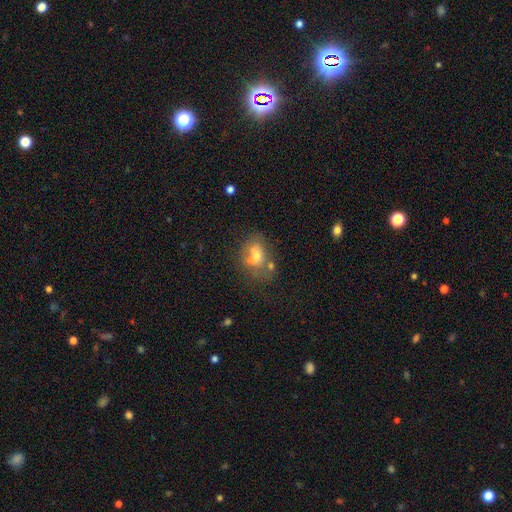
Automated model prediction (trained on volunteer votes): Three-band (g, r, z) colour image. It shows a smooth galaxy with no disk features (52%) that is in between round and cigar-shaped (62%). Merging: merger (36%).